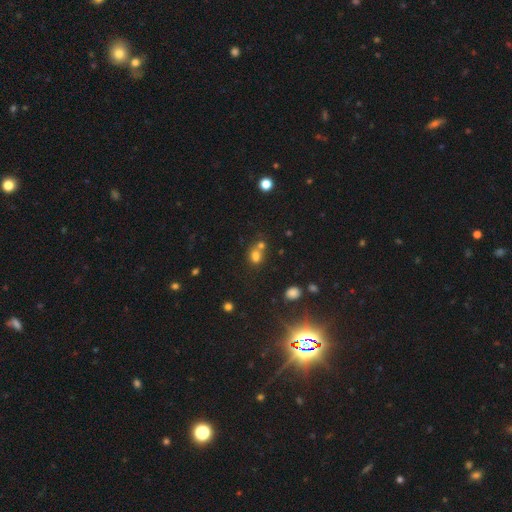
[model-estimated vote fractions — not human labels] Smooth or featured? smooth (72%)
How rounded? round (58%)
Merging? merger (47%)